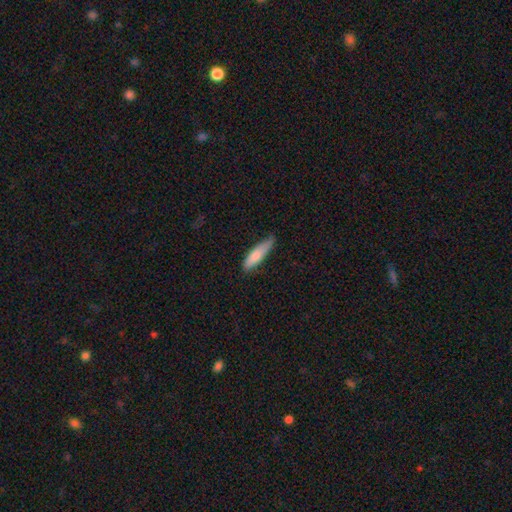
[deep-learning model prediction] smooth-or-featured: smooth: 77% | featured or disk: 17% | star or artifact: 5%
  how-rounded: cigar-shaped: 68% | in between: 30% | round: 2%
  merging: none: 59% | minor disturbance: 33% | major disturbance: 6% | merger: 2%